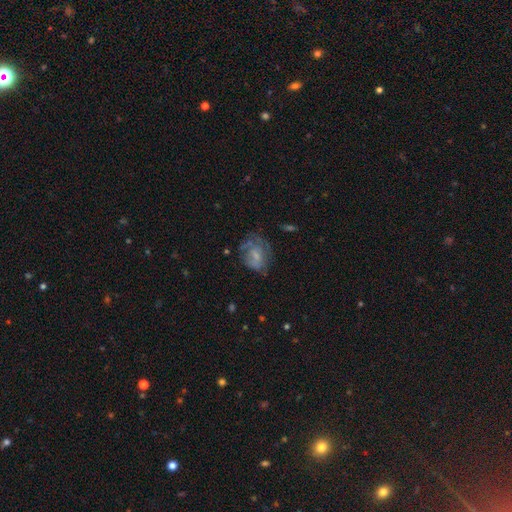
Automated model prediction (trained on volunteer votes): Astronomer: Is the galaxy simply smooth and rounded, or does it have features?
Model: featured or disk — 47% (runner-up: smooth, 42%).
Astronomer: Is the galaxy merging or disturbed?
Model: none — 45% (runner-up: major disturbance, 26%).